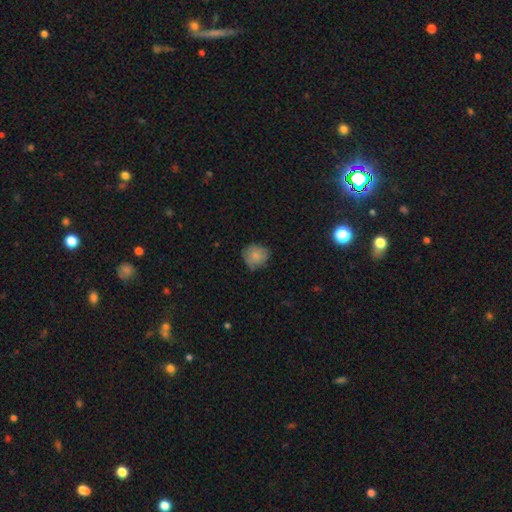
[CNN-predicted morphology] Smooth or featured? Predicted: smooth (p=0.81). How rounded? Predicted: round (p=0.84). Merging? Predicted: none (p=0.71).